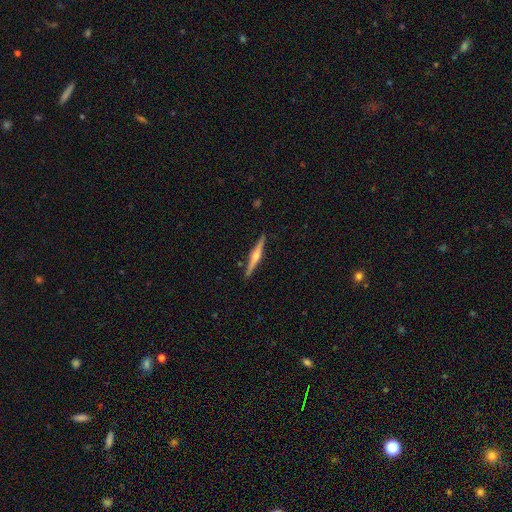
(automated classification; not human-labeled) Overall: featured or disk (79%). Edge-on disk: yes (98%). Edge-on bulge: rounded (91%). Merging: none (91%).